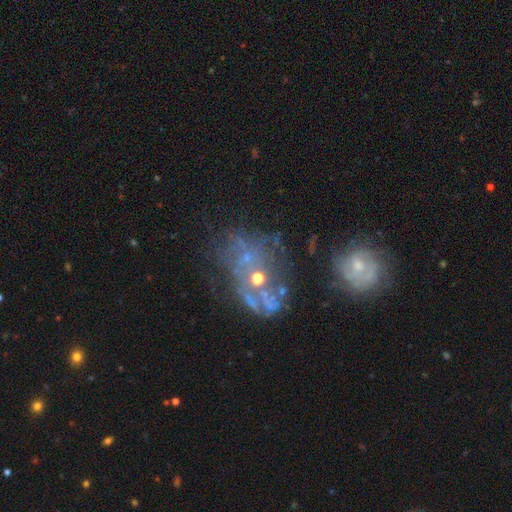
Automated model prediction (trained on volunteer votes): Smooth or featured? Predicted: featured or disk (p=0.53). Edge-on disk? Predicted: no (p=0.96). Bar? Predicted: no (p=0.87). Spiral arms? Predicted: no (p=0.71). Bulge size? Predicted: small (p=0.46). Merging? Predicted: none (p=0.35).